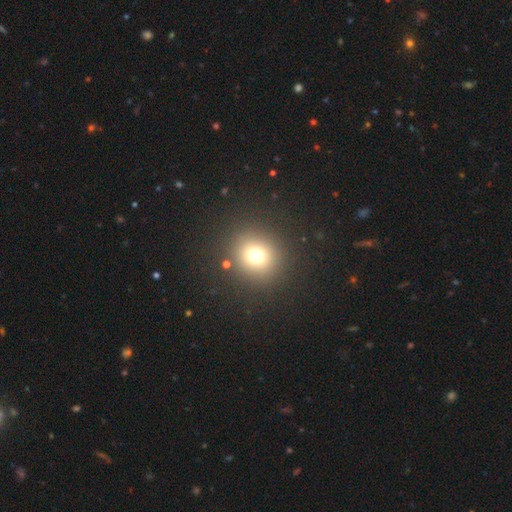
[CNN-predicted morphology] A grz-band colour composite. It shows a smooth galaxy with no disk features (71%) that is round (89%). Merging: none (87%).